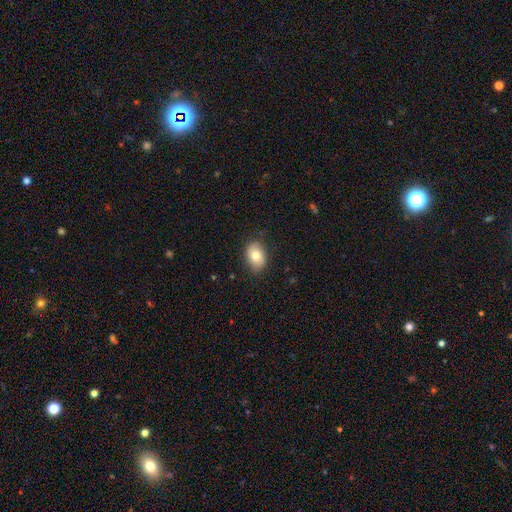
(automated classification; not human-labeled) This is likely a smooth galaxy (78%). How rounded: likely in between (76%). Merging: clearly none (81%).